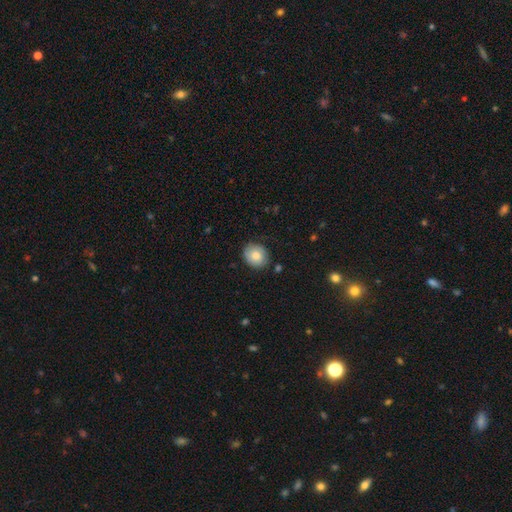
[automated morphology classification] smooth_or_featured: smooth (p=0.76) [alt: featured or disk p=0.16]
how_rounded: round (p=0.72) [alt: in between p=0.27]
merging: none (p=0.83) [alt: minor disturbance p=0.13]